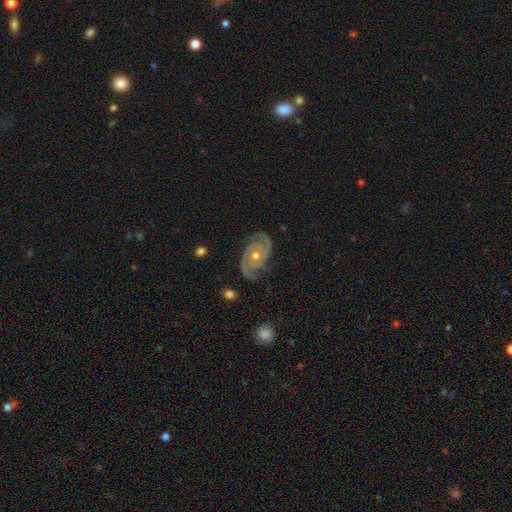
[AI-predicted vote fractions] Smooth or featured: featured or disk — 91% (star or artifact — 5%)
Edge-on disk: no — 98% (yes — 2%)
Bar: no — 76% (weak — 18%)
Spiral arms: yes — 98% (no — 2%)
Spiral winding: tight — 66% (medium — 30%)
Spiral arm count: 2 — 89% (3 — 4%)
Bulge size: moderate — 63% (small — 34%)
Merging: none — 84% (minor disturbance — 12%)